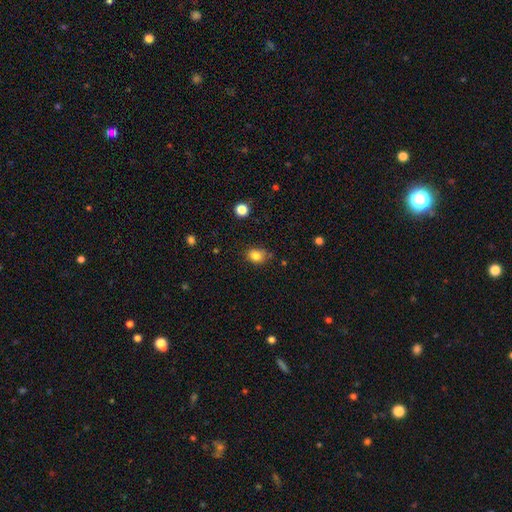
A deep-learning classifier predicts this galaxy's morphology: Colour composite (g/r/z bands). It shows a smooth galaxy with no disk features (83%) that is in between round and cigar-shaped (57%). Merging: none (64%).